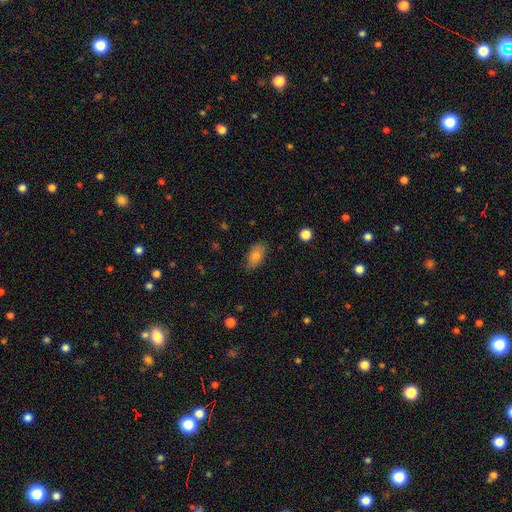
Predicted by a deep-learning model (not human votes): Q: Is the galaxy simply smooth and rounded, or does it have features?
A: smooth — 77%.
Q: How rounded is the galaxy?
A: in between — 89%.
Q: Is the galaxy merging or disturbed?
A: none — 83%.